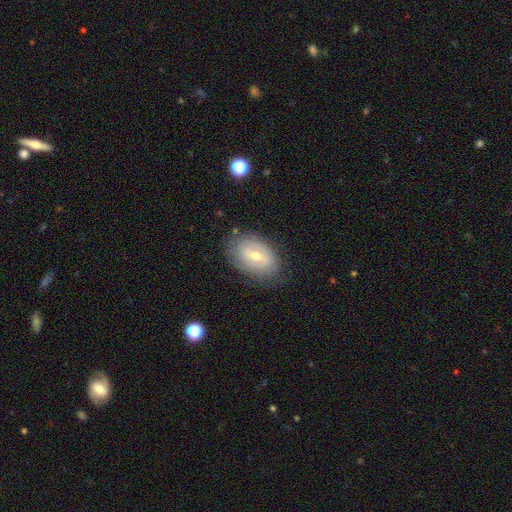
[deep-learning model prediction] Smooth or featured? featured or disk (60%)
Edge-on disk? no (93%)
Bar? weak (48%)
Spiral arms? yes (63%)
Bulge size? moderate (51%)
Merging? none (78%)